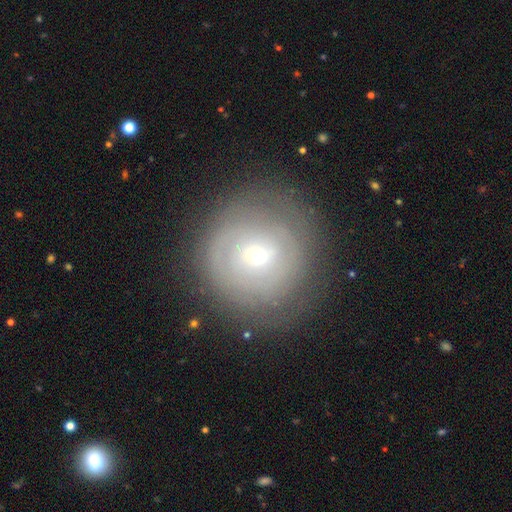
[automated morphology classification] A featured or disk galaxy (54%) with no bar (67%), spiral arms (57%) and a small central bulge (74%).

Vote fractions:
- Smooth or featured? featured or disk: 54% / smooth: 36% / star or artifact: 10%
- Edge-on disk? no: 96% / yes: 4%
- Bar? no: 67% / weak: 26% / strong: 7%
- Spiral arms? yes: 57% / no: 43%
- Bulge size? small: 74% / moderate: 22% / large: 2% / dominant: 1% / none: 1%
- Merging? none: 78% / minor disturbance: 13% / major disturbance: 7% / merger: 1%